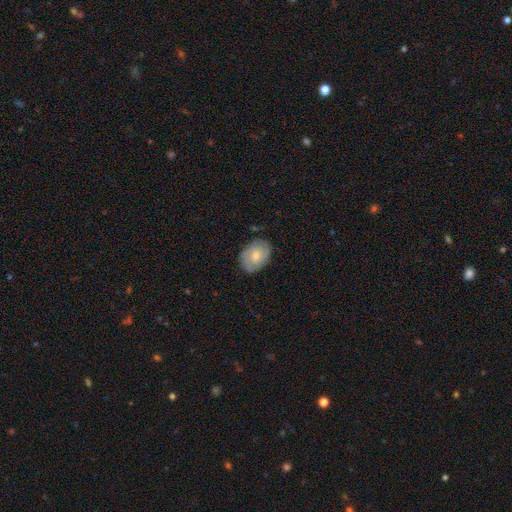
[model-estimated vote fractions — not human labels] smooth-or-featured: featured or disk: 47% | smooth: 46% | star or artifact: 6%
  merging: none: 78% | minor disturbance: 17% | major disturbance: 4% | merger: 1%